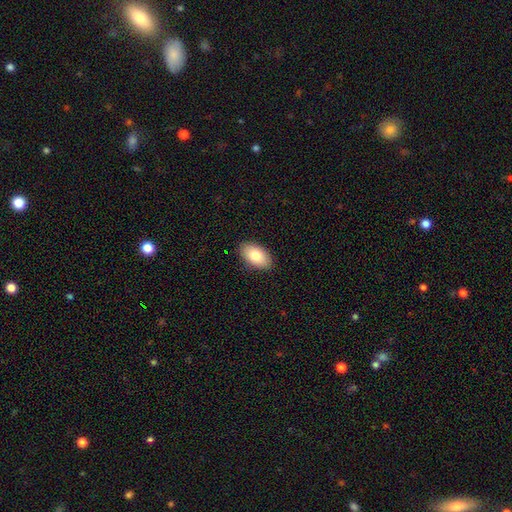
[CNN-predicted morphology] type=smooth (80%); roundness=in between (94%); merging=none (88%).